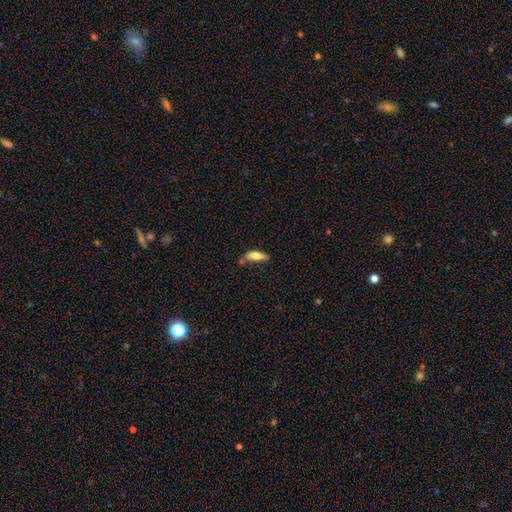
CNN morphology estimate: Smooth or featured?
  - smooth: 69% *
  - featured or disk: 24%
  - star or artifact: 7%
How rounded?
  - in between: 51% *
  - cigar-shaped: 46%
  - round: 2%
Merging?
  - none: 53% *
  - minor disturbance: 24%
  - merger: 15%
  - major disturbance: 8%